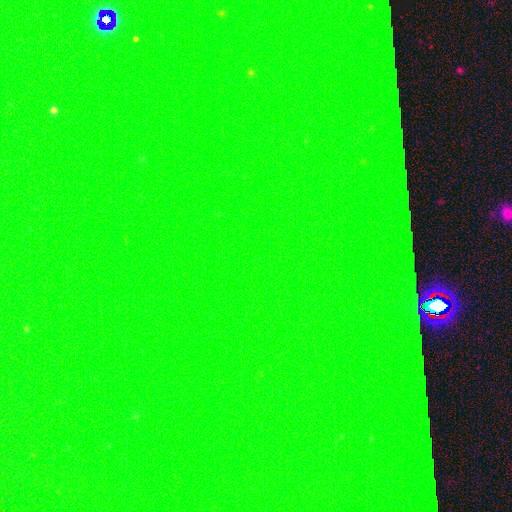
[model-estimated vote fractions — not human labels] Morphology: type=star or artifact (83%).